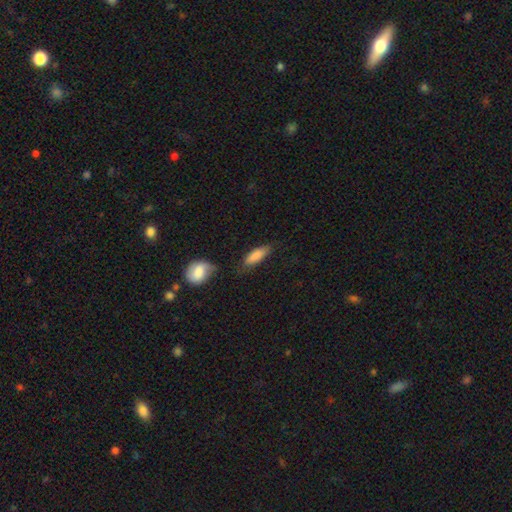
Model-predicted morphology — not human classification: smooth_or_featured: smooth (p=0.84) [alt: featured or disk p=0.10]
how_rounded: in between (p=0.60) [alt: cigar-shaped p=0.38]
merging: none (p=0.63) [alt: minor disturbance p=0.23]